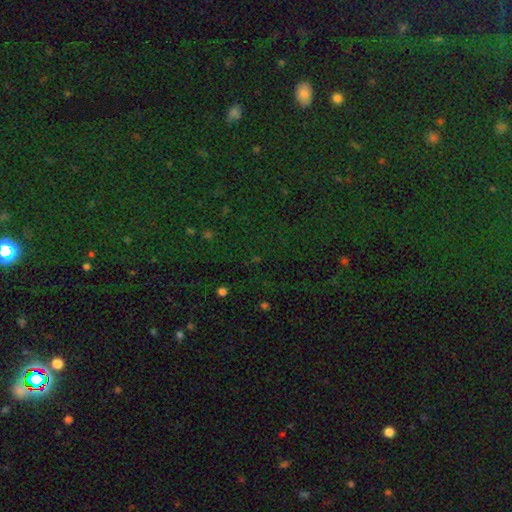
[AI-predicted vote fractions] A star or artifact, not a galaxy (81%).